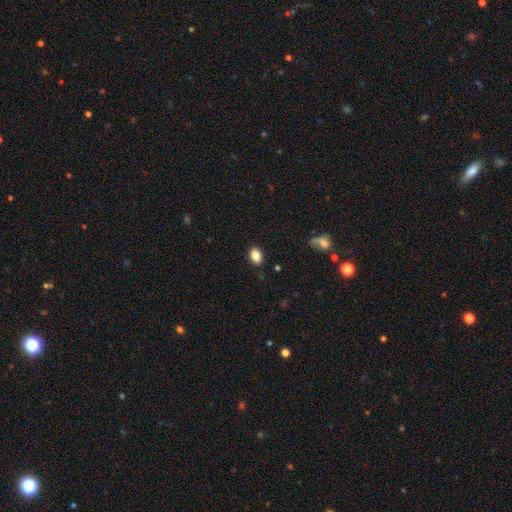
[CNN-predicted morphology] smooth_or_featured: smooth (p=0.85) [alt: star or artifact p=0.09]
how_rounded: in between (p=0.78) [alt: round p=0.21]
merging: none (p=0.87) [alt: minor disturbance p=0.09]